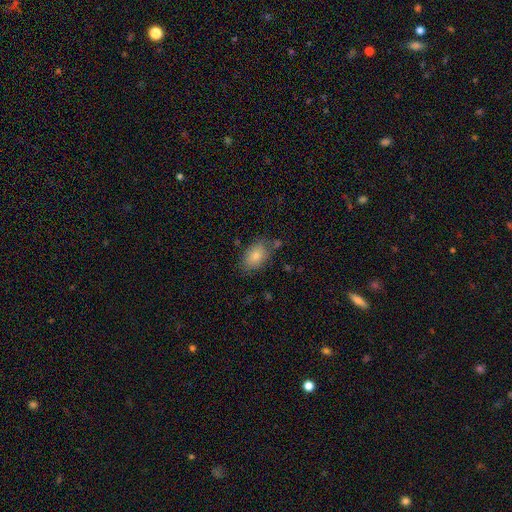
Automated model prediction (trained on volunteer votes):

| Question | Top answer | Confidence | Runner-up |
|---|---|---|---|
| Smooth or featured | smooth | 82% | featured or disk (11%) |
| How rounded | in between | 89% | round (9%) |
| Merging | none | 71% | minor disturbance (19%) |